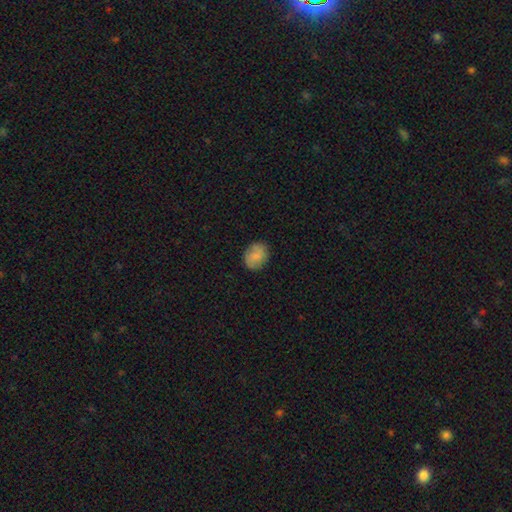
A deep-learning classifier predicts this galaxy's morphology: Q: Smooth or featured?
A: smooth (73%); runner-up: featured or disk (19%)
Q: How rounded?
A: round (60%); runner-up: in between (39%)
Q: Merging?
A: none (84%); runner-up: minor disturbance (12%)